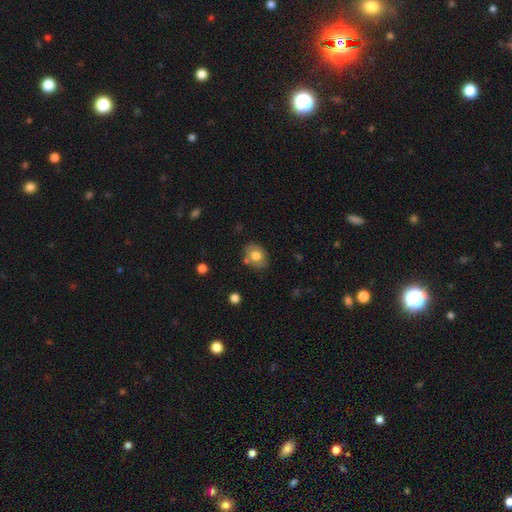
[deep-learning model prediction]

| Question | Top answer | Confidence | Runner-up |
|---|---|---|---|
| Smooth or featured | smooth | 73% | featured or disk (19%) |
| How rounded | in between | 59% | round (40%) |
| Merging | none | 74% | minor disturbance (16%) |